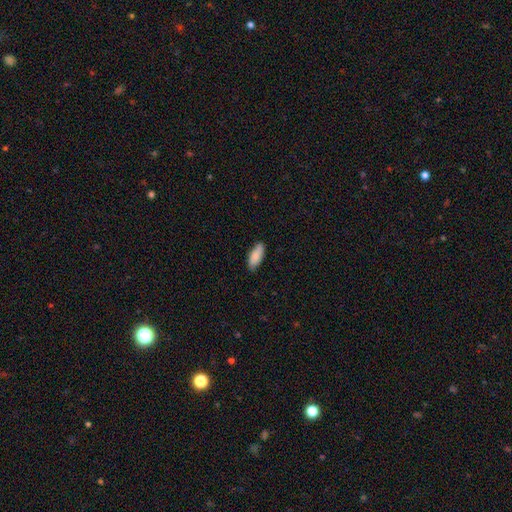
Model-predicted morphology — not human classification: Smooth or featured? smooth (87%)
How rounded? in between (75%)
Merging? none (84%)